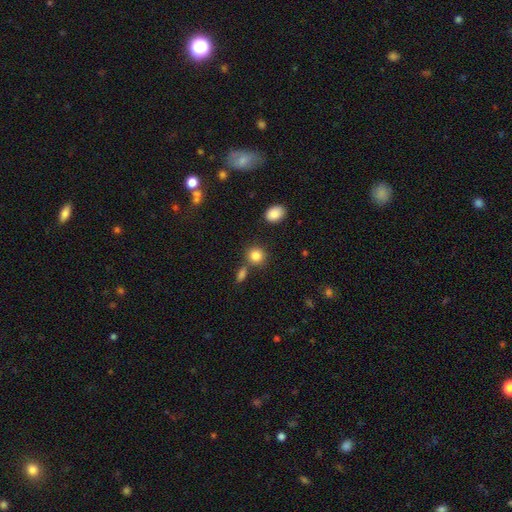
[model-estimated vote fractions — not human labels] This appears to be a smooth galaxy with no disk features (85%) that is round (83%). Merging: none (72%).